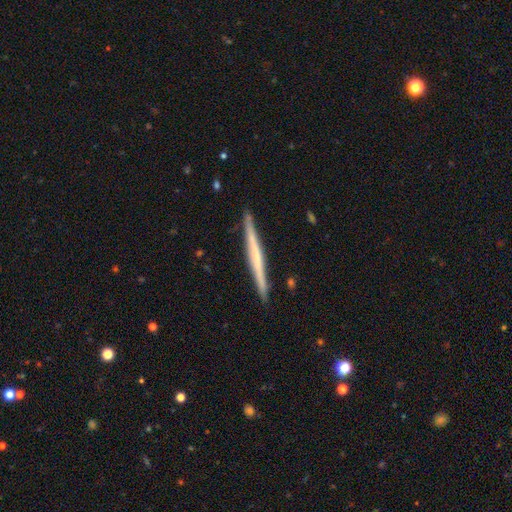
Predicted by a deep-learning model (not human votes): smooth_or_featured: featured or disk (p=0.57) [alt: smooth p=0.38]
disk_edge_on: yes (p=0.98) [alt: no p=0.02]
edge_on_bulge: none (p=0.76) [alt: rounded p=0.15]
merging: none (p=0.91) [alt: minor disturbance p=0.06]